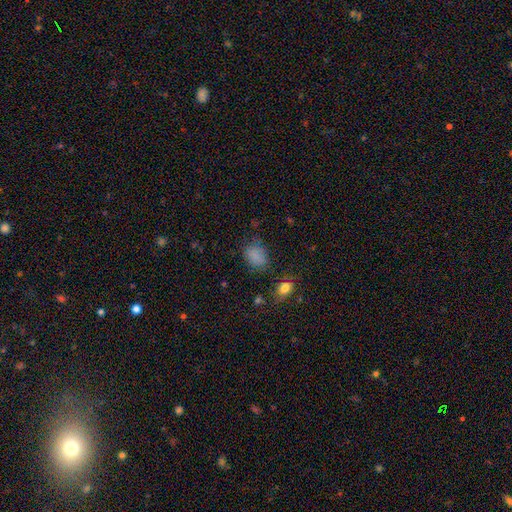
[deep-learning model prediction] This is clearly a smooth galaxy (80%). How rounded: likely in between (64%). Merging: likely none (67%).